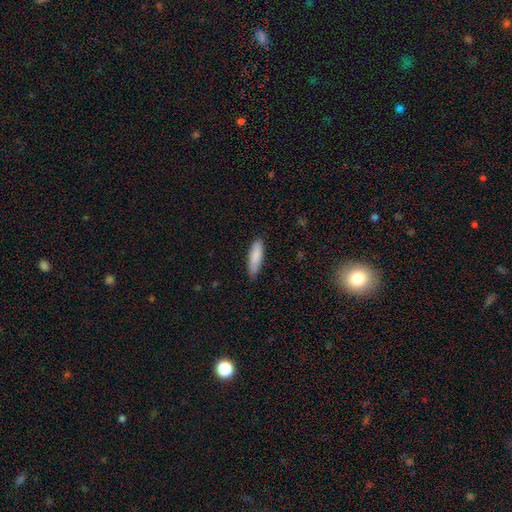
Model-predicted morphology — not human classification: type=smooth (86%); roundness=cigar-shaped (59%); merging=none (80%).